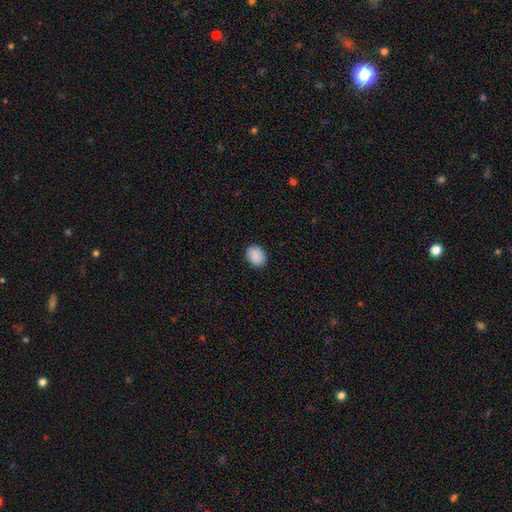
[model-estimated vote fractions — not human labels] Overall: smooth (90%). How rounded: in between (60%; round 39%). Merging: none (89%).